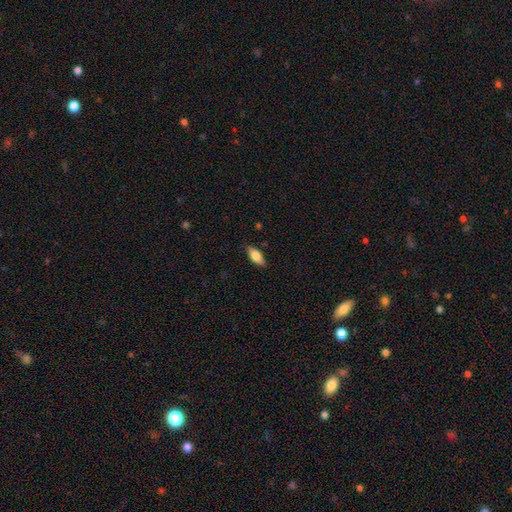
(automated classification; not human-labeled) smooth_or_featured: smooth (p=0.71) [alt: featured or disk p=0.22]
how_rounded: in between (p=0.78) [alt: cigar-shaped p=0.20]
merging: none (p=0.84) [alt: minor disturbance p=0.12]